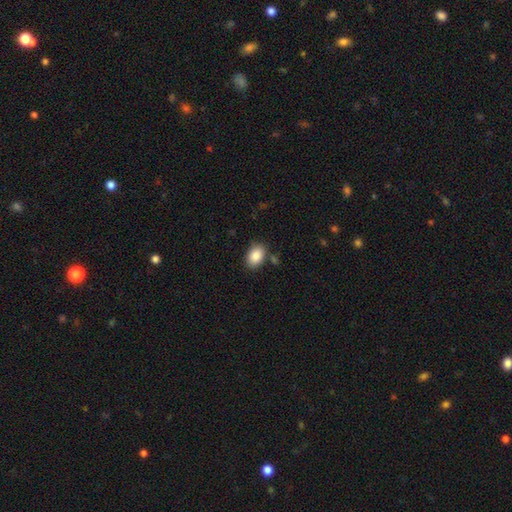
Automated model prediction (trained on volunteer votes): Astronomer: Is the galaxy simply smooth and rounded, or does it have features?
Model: smooth — 87%.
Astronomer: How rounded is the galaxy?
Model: in between — 82%.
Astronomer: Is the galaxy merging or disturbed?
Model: none — 81%.